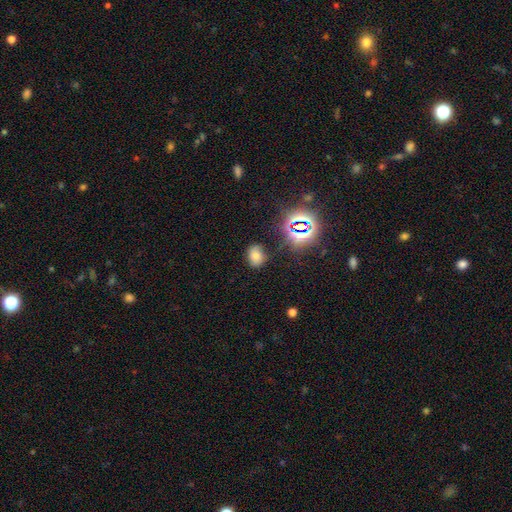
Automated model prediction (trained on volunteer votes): Overall: smooth (63%; star or artifact 24%). How rounded: in between (61%; round 38%). Merging: none (73%).